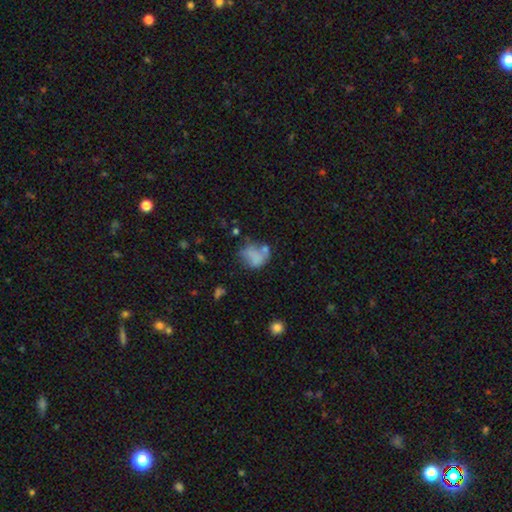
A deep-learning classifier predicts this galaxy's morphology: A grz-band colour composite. It shows a smooth galaxy with no disk features (64%) that is in between round and cigar-shaped (52%). Merging: none (35%).